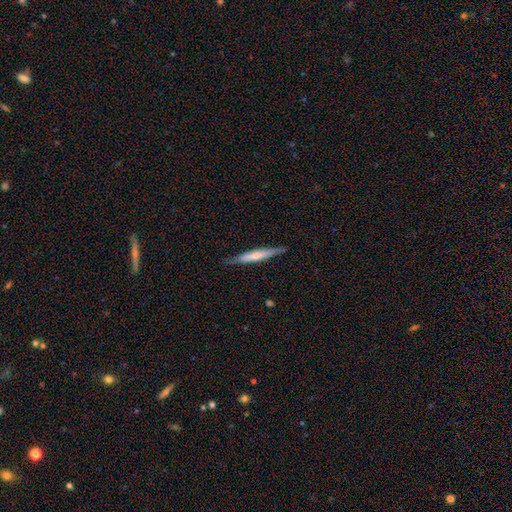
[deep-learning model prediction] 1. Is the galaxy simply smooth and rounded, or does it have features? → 50% smooth, 45% featured or disk, 5% star or artifact.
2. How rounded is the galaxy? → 94% cigar-shaped, 5% in between, 1% round.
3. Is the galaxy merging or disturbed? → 85% none, 12% minor disturbance, 2% major disturbance, 1% merger.